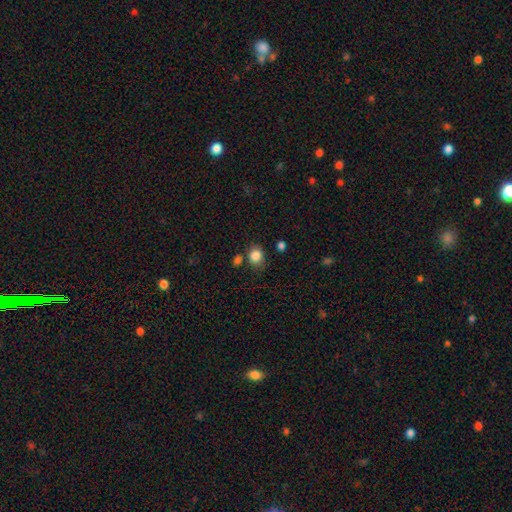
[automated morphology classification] type=smooth (85%); roundness=round (67%); merging=none (73%).